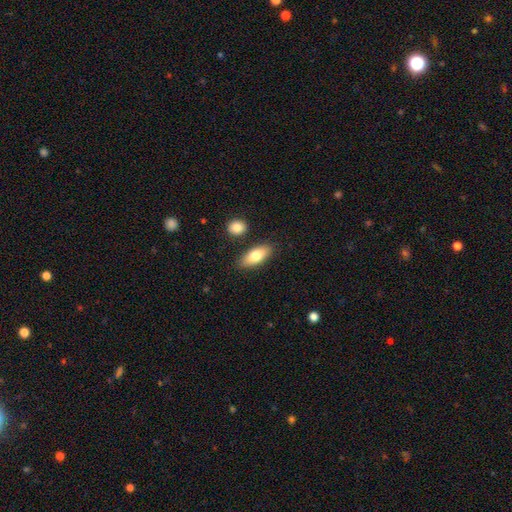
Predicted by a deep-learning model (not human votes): Smooth or featured: smooth — 76% (featured or disk — 18%)
How rounded: in between — 81% (cigar-shaped — 16%)
Merging: none — 84% (minor disturbance — 9%)